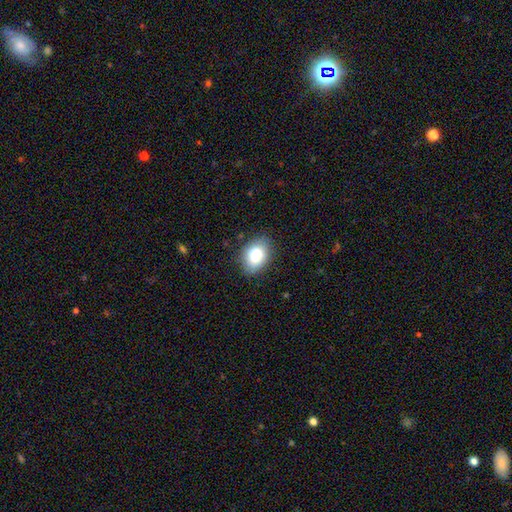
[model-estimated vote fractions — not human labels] Overall: smooth (82%). How rounded: in between (81%). Merging: none (81%).